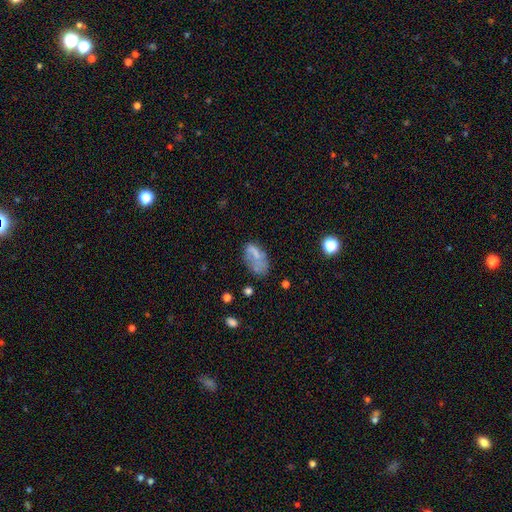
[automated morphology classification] A smooth galaxy with no disk features (55%) that is in between round and cigar-shaped (90%). Merging: none (44%).